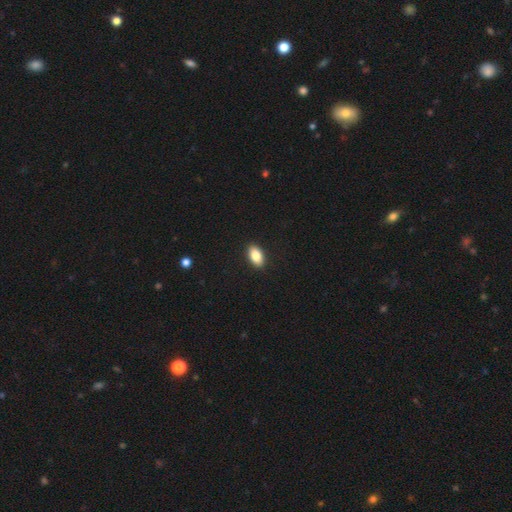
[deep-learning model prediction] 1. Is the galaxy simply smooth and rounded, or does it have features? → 85% smooth, 7% star or artifact, 7% featured or disk.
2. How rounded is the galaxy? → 92% in between, 5% round, 3% cigar-shaped.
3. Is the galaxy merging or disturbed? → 91% none, 7% minor disturbance, 2% major disturbance, 1% merger.